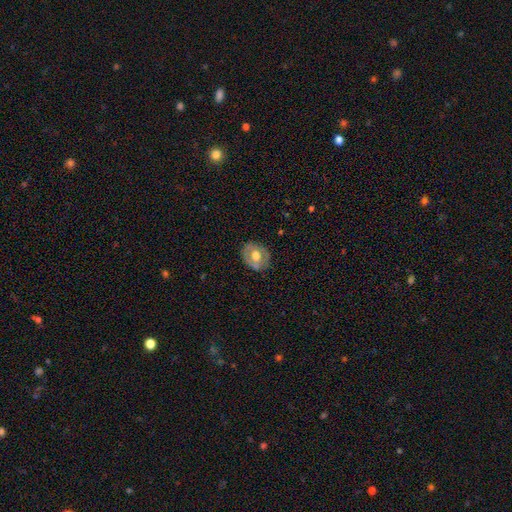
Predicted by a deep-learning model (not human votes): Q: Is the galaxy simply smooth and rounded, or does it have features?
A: featured or disk — 49%.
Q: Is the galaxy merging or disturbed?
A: none — 77%.